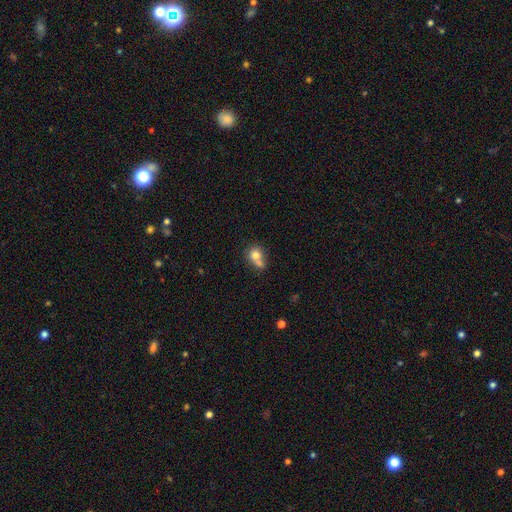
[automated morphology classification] A smooth galaxy with no disk features (75%) that is round (67%). Merging: merger (47%).